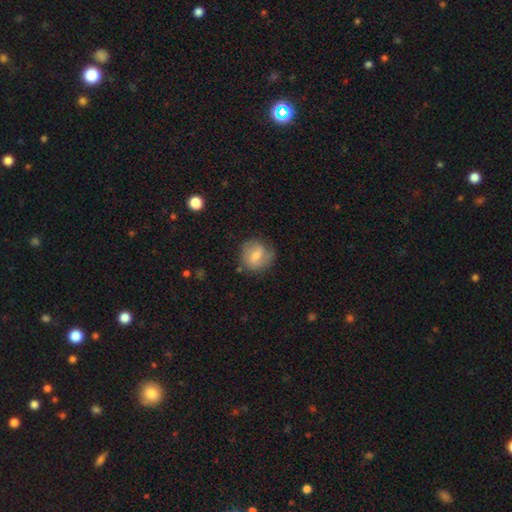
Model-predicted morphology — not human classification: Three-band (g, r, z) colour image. It shows a smooth galaxy with no disk features (53%) that is round (79%). Merging: none (62%).